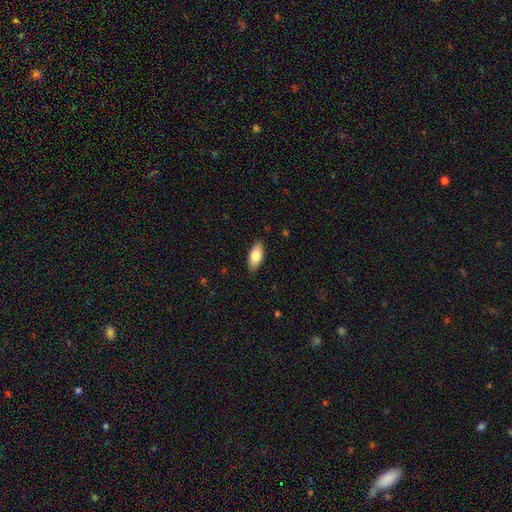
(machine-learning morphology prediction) Smooth or featured? Predicted: smooth (p=0.80). How rounded? Predicted: in between (p=0.88). Merging? Predicted: none (p=0.87).